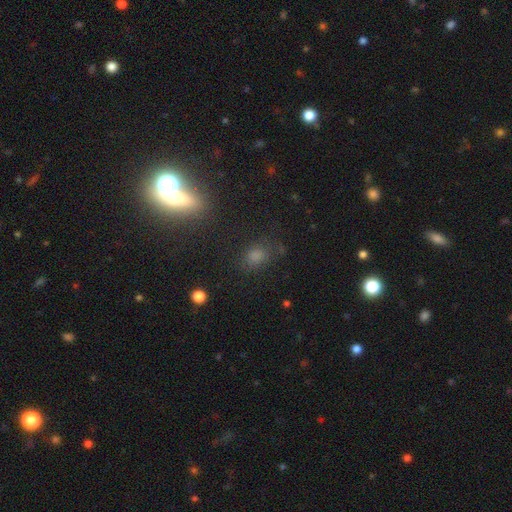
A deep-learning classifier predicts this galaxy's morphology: The model was most divided on "how rounded": round: 49%, in between: 47%, cigar-shaped: 4%. More confident: merging — none (76%); smooth or featured — smooth (64%).